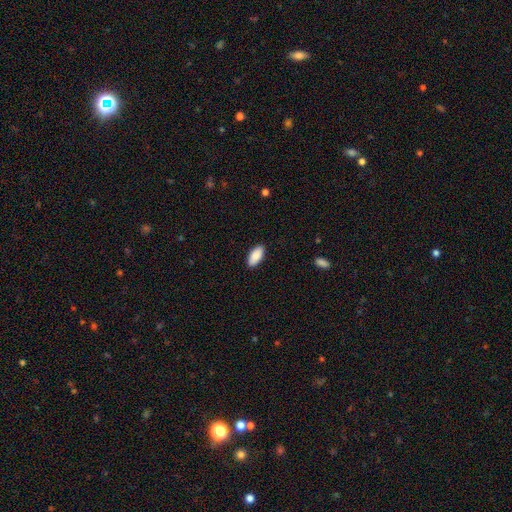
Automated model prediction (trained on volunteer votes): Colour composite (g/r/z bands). It shows a smooth galaxy with no disk features (89%) that is in between round and cigar-shaped (91%). Merging: none (89%).